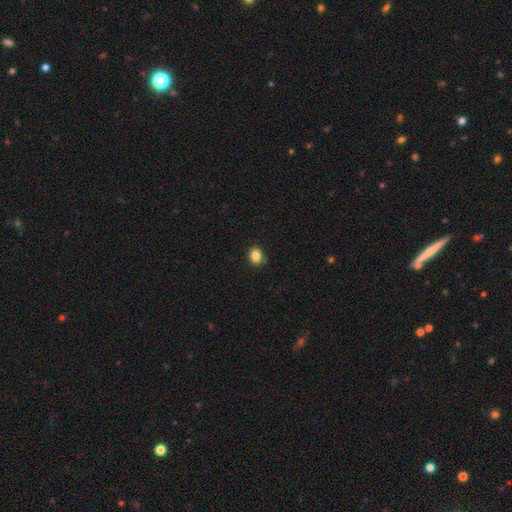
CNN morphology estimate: Smooth or featured? smooth (85%)
How rounded? in between (53%)
Merging? none (83%)